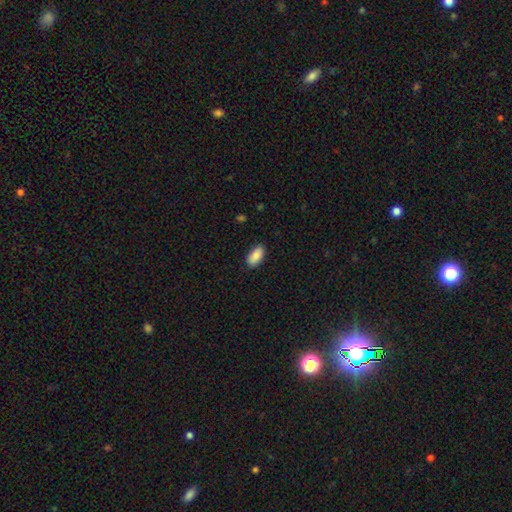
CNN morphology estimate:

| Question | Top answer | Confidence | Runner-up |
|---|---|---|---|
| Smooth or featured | smooth | 88% | star or artifact (7%) |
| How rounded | in between | 93% | cigar-shaped (5%) |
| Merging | none | 86% | minor disturbance (11%) |